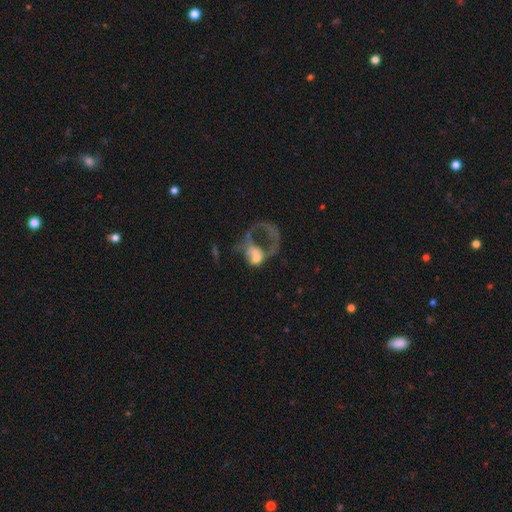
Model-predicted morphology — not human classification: Q: Smooth or featured?
A: featured or disk (53%); runner-up: smooth (33%)
Q: Edge-on disk?
A: no (97%); runner-up: yes (3%)
Q: Bar?
A: no (85%); runner-up: weak (12%)
Q: Spiral arms?
A: no (76%); runner-up: yes (24%)
Q: Bulge size?
A: moderate (34%); runner-up: none (27%)
Q: Merging?
A: major disturbance (46%); runner-up: merger (32%)